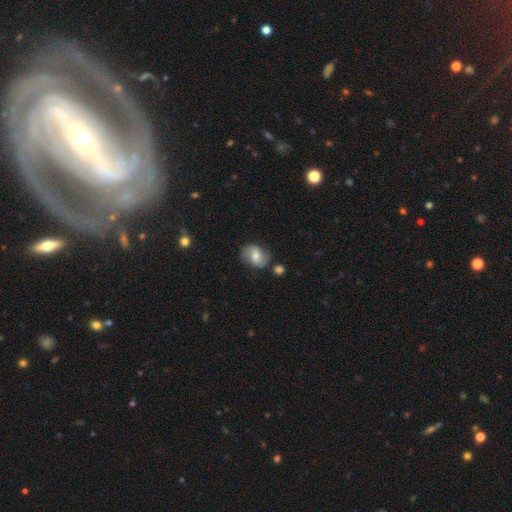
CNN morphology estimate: Smooth or featured: smooth — 58% (featured or disk — 33%)
How rounded: in between — 67% (round — 32%)
Merging: none — 72% (minor disturbance — 19%)